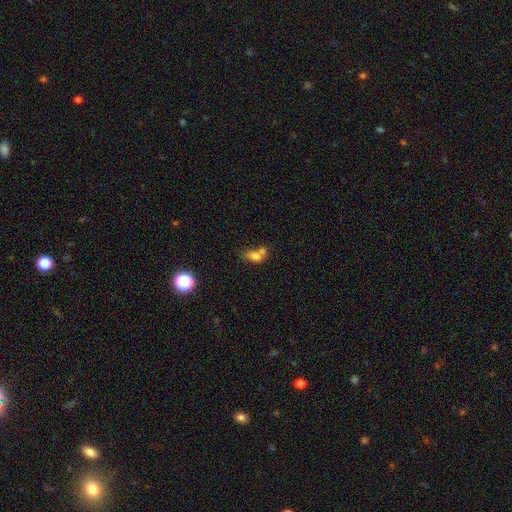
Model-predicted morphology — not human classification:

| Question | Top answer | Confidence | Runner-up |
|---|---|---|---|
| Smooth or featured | smooth | 70% | featured or disk (17%) |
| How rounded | in between | 71% | round (24%) |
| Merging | merger | 55% | none (27%) |